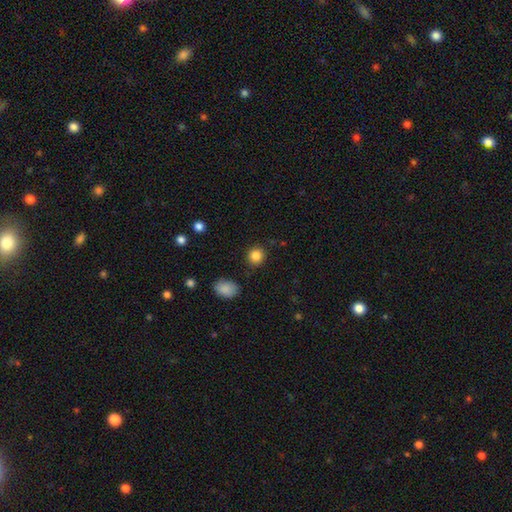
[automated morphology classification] smooth-or-featured: smooth: 85% | star or artifact: 10% | featured or disk: 5%
  how-rounded: round: 87% | in between: 12% | cigar-shaped: 1%
  merging: none: 88% | minor disturbance: 8% | major disturbance: 2% | merger: 2%